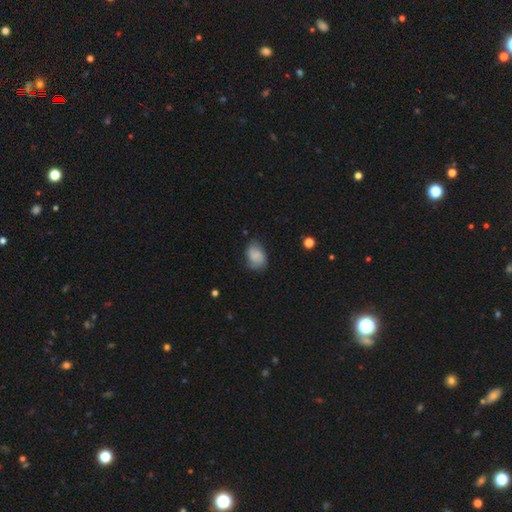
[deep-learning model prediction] smooth-or-featured: smooth: 68% | featured or disk: 23% | star or artifact: 9%
  how-rounded: in between: 74% | round: 25% | cigar-shaped: 1%
  merging: none: 61% | minor disturbance: 28% | major disturbance: 9% | merger: 2%